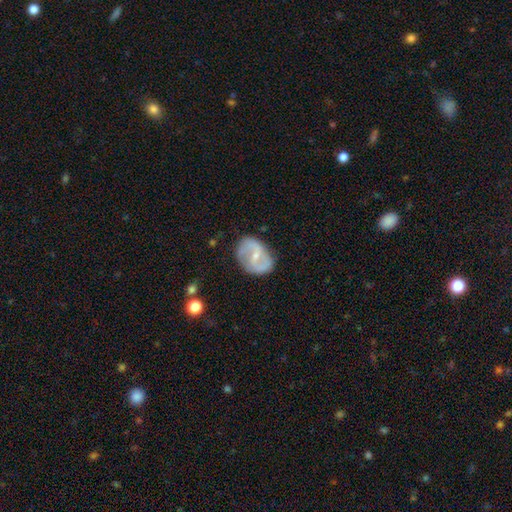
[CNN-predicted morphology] Smooth or featured?
  - featured or disk: 77% *
  - smooth: 17%
  - star or artifact: 6%
Edge-on disk?
  - no: 97% *
  - yes: 3%
Bar?
  - weak: 46% *
  - strong: 32%
  - no: 22%
Spiral arms?
  - yes: 85% *
  - no: 15%
Spiral winding?
  - medium: 44% *
  - loose: 37%
  - tight: 19%
Spiral arm count?
  - 2: 87% *
  - can't tell: 8%
  - 1: 2%
  - 3: 1%
  - 4: 1%
  - more than 4: 1%
Bulge size?
  - small: 64% *
  - moderate: 31%
  - none: 3%
  - large: 1%
  - dominant: 1%
Merging?
  - none: 75% *
  - minor disturbance: 18%
  - major disturbance: 6%
  - merger: 2%